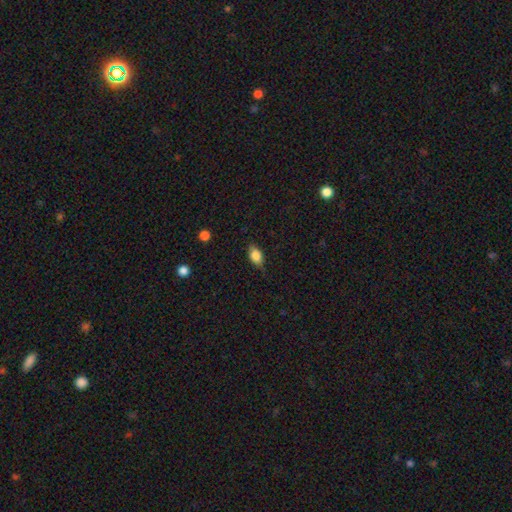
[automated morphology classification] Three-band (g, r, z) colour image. It shows a smooth galaxy with no disk features (80%) that is in between round and cigar-shaped (87%). Merging: none (77%).